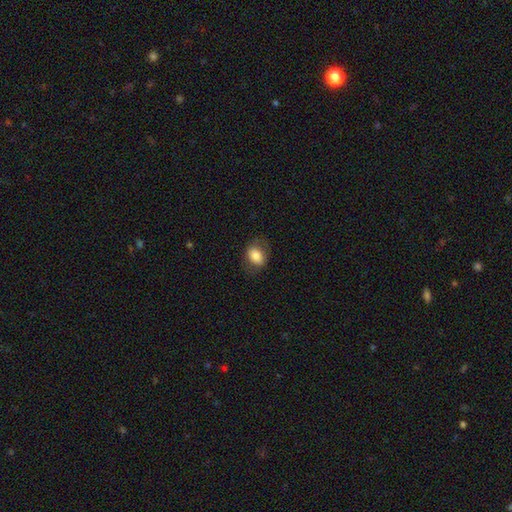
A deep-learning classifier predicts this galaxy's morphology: Smooth or featured?
  - smooth: 80% *
  - featured or disk: 12%
  - star or artifact: 8%
How rounded?
  - in between: 67% *
  - round: 32%
  - cigar-shaped: 1%
Merging?
  - none: 77% *
  - minor disturbance: 16%
  - major disturbance: 7%
  - merger: 1%